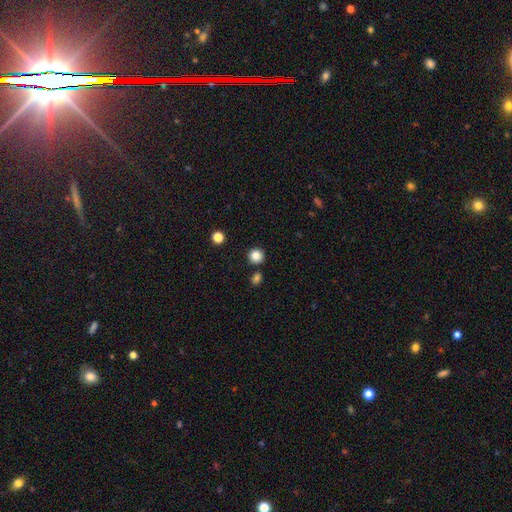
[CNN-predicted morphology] A smooth galaxy with no disk features (85%) that is round (93%).

Vote fractions:
- Smooth or featured? smooth: 85% / star or artifact: 11% / featured or disk: 4%
- How rounded? round: 93% / in between: 6% / cigar-shaped: 1%
- Merging? none: 87% / minor disturbance: 6% / merger: 5% / major disturbance: 2%